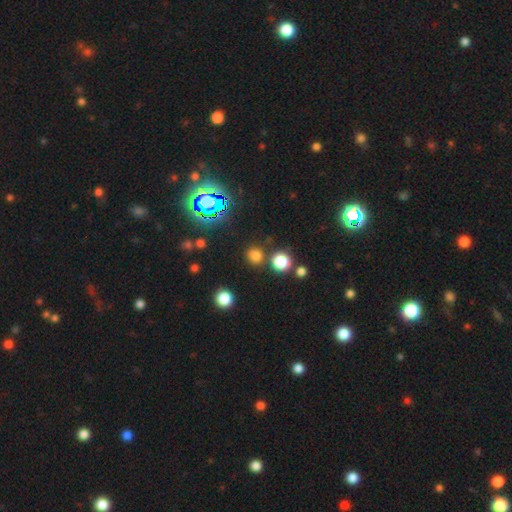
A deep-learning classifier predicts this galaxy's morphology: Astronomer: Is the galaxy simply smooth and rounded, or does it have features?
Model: smooth — 70%.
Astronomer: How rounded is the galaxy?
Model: round — 86%.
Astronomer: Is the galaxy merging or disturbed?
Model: none — 80%.